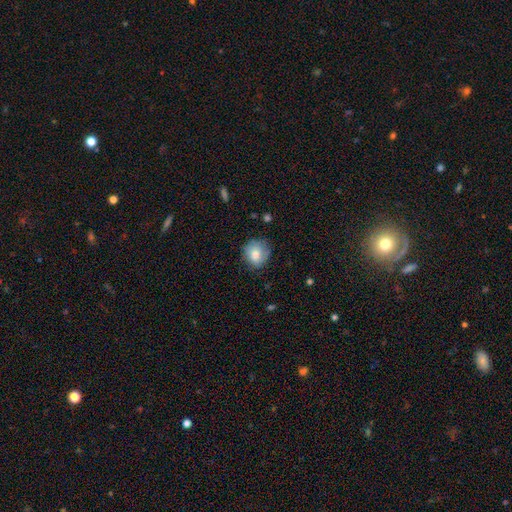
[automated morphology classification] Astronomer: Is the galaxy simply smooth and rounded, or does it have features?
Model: smooth — 72%.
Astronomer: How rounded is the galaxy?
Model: round — 84%.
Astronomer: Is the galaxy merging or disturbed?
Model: none — 73%.